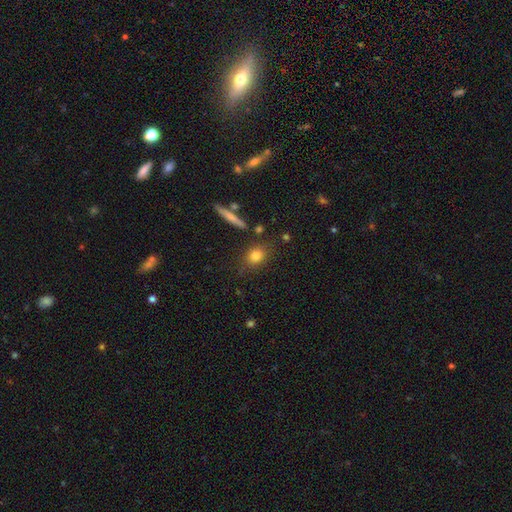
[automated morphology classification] smooth 79%, featured or disk 11%, star or artifact 10%. Down the decision tree: how rounded — round (51%); merging — none (79%).